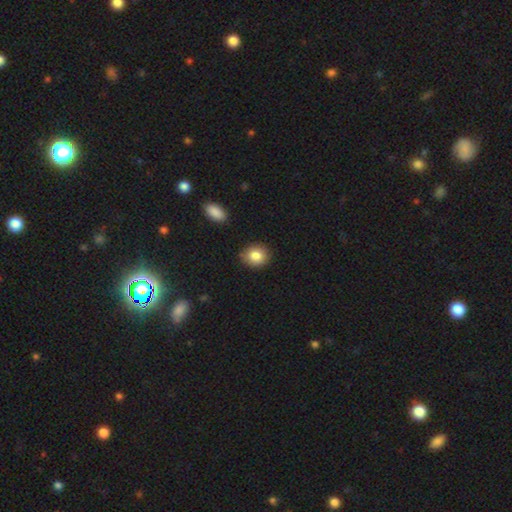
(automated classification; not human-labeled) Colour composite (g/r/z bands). It shows a smooth galaxy with no disk features (85%) that is round (67%). Merging: none (87%).